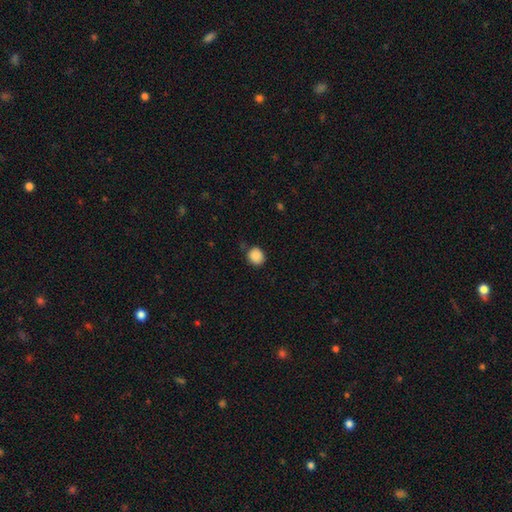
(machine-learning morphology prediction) Q: Smooth or featured?
A: smooth (89%); runner-up: star or artifact (9%)
Q: How rounded?
A: round (77%); runner-up: in between (22%)
Q: Merging?
A: none (79%); runner-up: minor disturbance (15%)